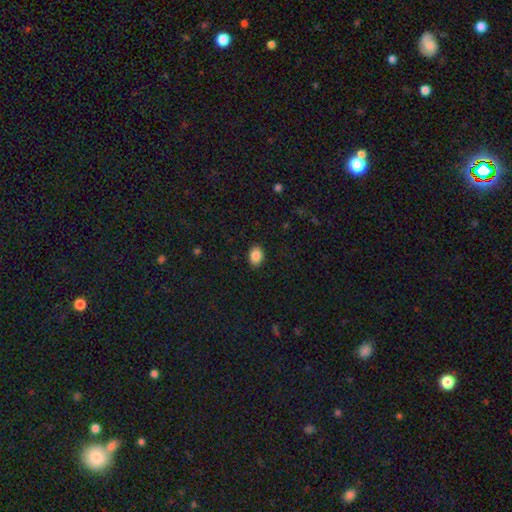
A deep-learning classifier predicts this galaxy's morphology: smooth 87%, star or artifact 8%, featured or disk 4%. Down the decision tree: how rounded — in between (72%); merging — none (88%).